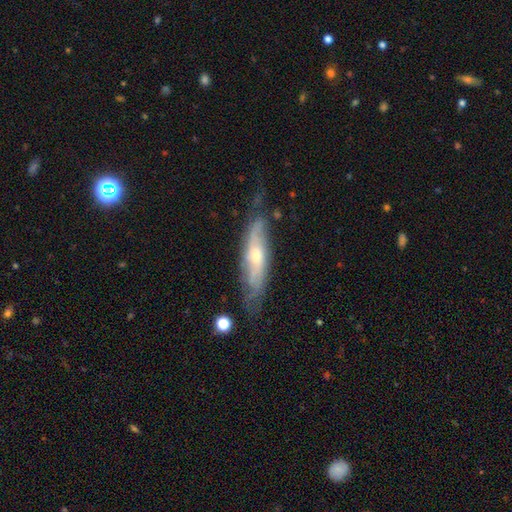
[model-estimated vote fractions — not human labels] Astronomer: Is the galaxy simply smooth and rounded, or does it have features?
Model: featured or disk — 68%.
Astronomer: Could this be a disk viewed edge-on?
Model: no — 61% (runner-up: yes, 39%).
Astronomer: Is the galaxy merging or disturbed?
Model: none — 61%.